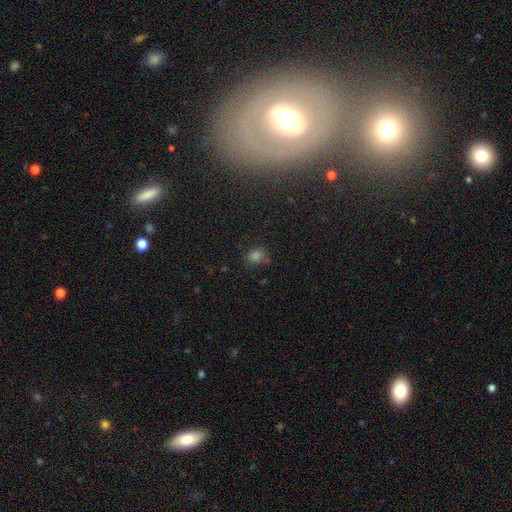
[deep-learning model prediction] A smooth galaxy with no disk features (69%) that is in between round and cigar-shaped (50%).

Vote fractions:
- Smooth or featured? smooth: 69% / star or artifact: 25% / featured or disk: 6%
- How rounded? in between: 50% / round: 48% / cigar-shaped: 2%
- Merging? none: 77% / minor disturbance: 14% / major disturbance: 5% / merger: 4%